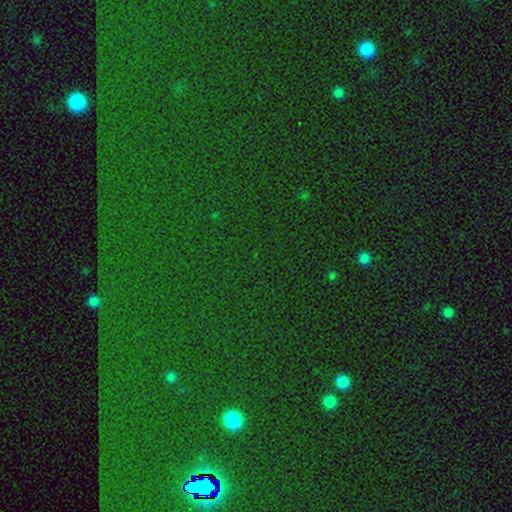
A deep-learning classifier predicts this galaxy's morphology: smooth_or_featured: star or artifact (p=0.80) [alt: smooth p=0.11]